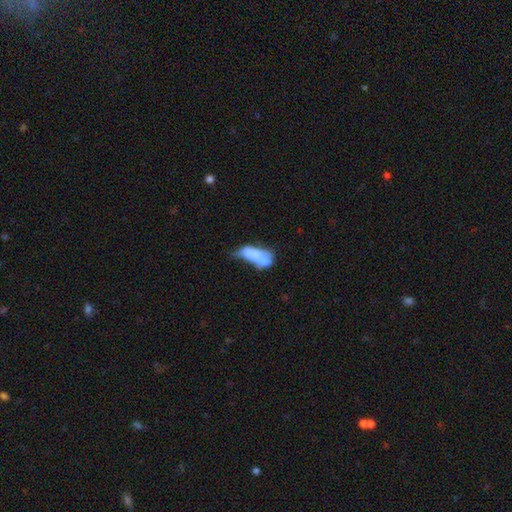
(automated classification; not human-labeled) Morphology: type=smooth (55%); roundness=in between (80%); merging=merger (44%).